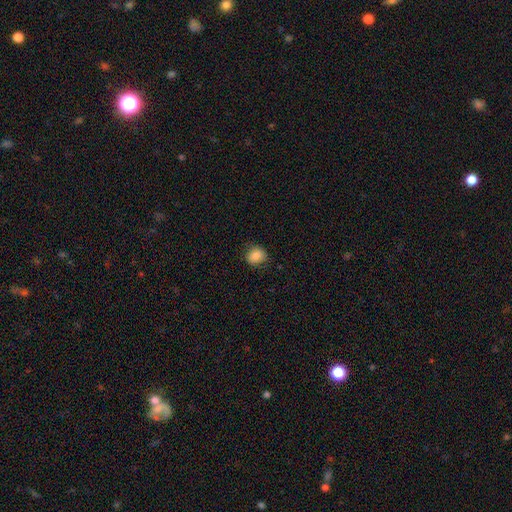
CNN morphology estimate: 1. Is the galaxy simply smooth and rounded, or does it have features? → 86% smooth, 9% star or artifact, 5% featured or disk.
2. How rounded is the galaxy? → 61% round, 38% in between, 1% cigar-shaped.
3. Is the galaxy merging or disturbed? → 77% none, 17% minor disturbance, 4% major disturbance, 1% merger.